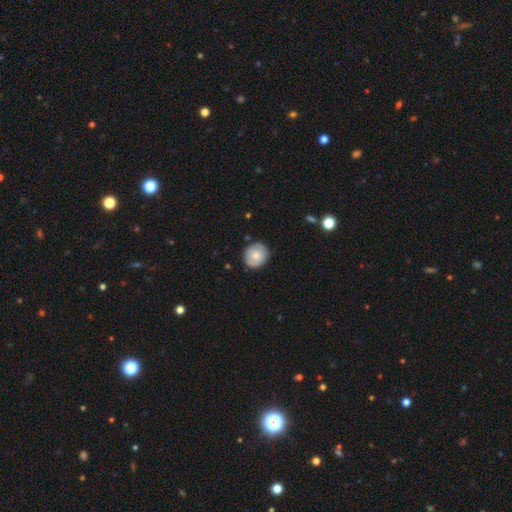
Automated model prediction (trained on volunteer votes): The model was most divided on "smooth or featured": smooth: 72%, featured or disk: 20%, star or artifact: 7%. More confident: merging — none (84%); how rounded — round (80%).